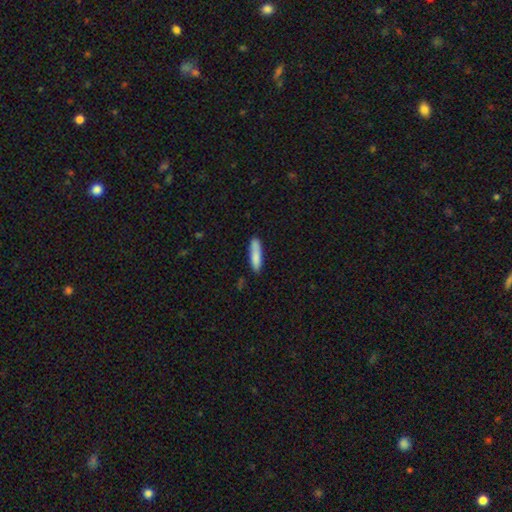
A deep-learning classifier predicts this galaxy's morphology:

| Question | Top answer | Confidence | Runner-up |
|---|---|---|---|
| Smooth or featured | smooth | 85% | featured or disk (9%) |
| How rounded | cigar-shaped | 76% | in between (22%) |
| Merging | none | 81% | minor disturbance (14%) |